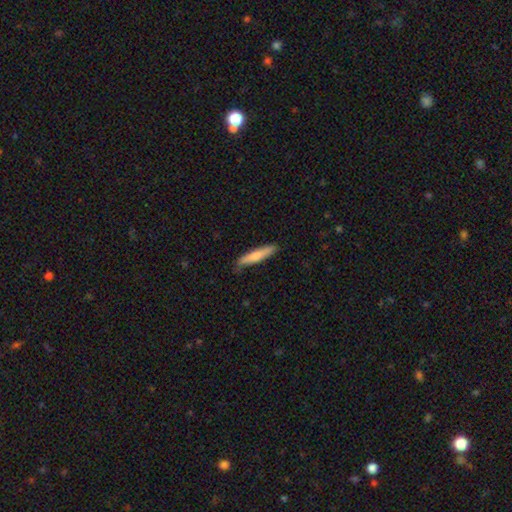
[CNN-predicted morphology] smooth 74%, featured or disk 21%, star or artifact 5%. Down the decision tree: how rounded — cigar-shaped (89%); merging — none (84%).